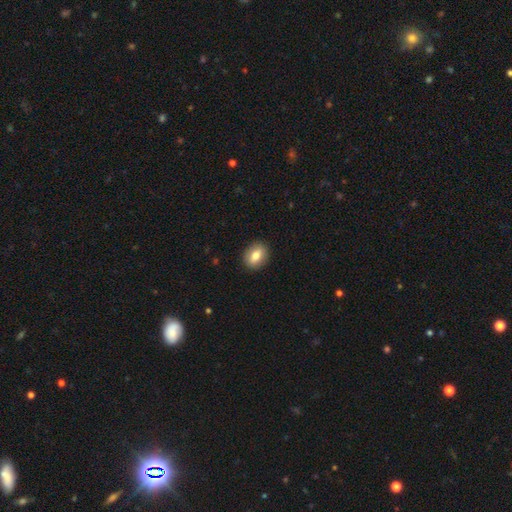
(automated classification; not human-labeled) Q: Smooth or featured?
A: smooth (78%); runner-up: featured or disk (14%)
Q: How rounded?
A: in between (64%); runner-up: round (34%)
Q: Merging?
A: none (89%); runner-up: minor disturbance (8%)